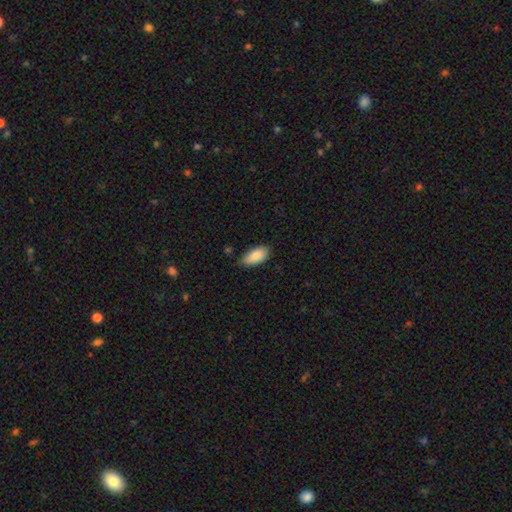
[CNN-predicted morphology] Smooth or featured?
  - smooth: 86% *
  - featured or disk: 8%
  - star or artifact: 6%
How rounded?
  - in between: 92% *
  - cigar-shaped: 6%
  - round: 2%
Merging?
  - none: 79% *
  - minor disturbance: 18%
  - major disturbance: 3%
  - merger: 1%